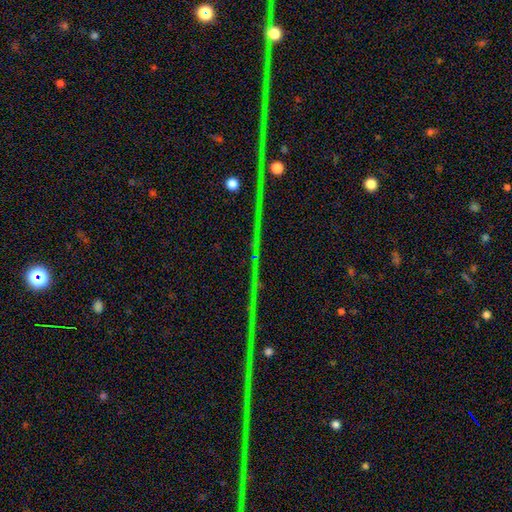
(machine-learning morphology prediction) A star or artifact, not a galaxy (86%).